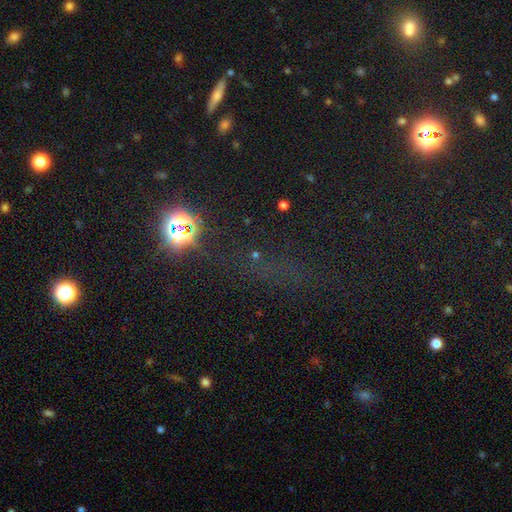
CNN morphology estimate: Q: Smooth or featured?
A: star or artifact (68%); runner-up: smooth (22%)